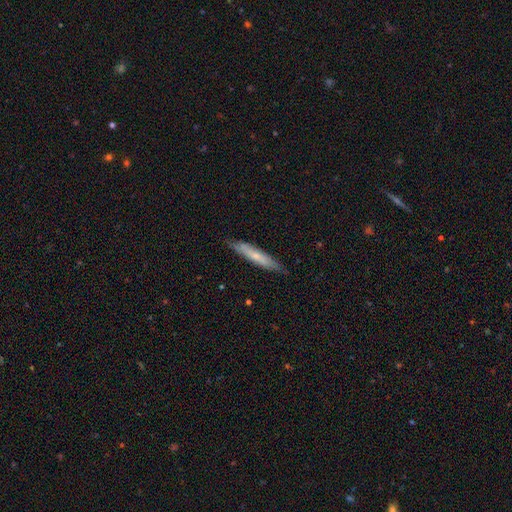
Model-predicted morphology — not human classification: This is possibly a smooth galaxy (53%). How rounded: clearly cigar-shaped (91%). Merging: clearly none (83%).